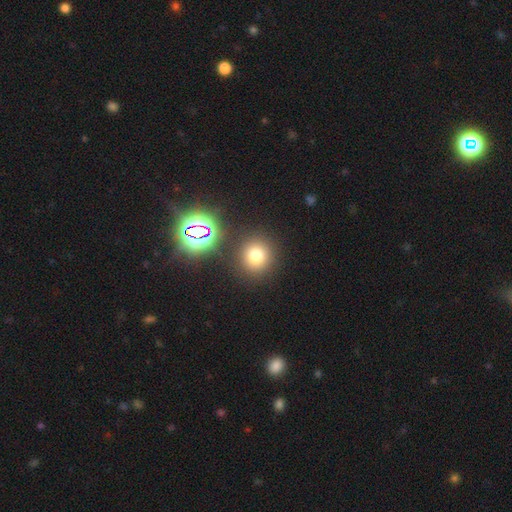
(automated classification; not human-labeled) Morphology: type=smooth (72%); roundness=round (89%); merging=none (86%).